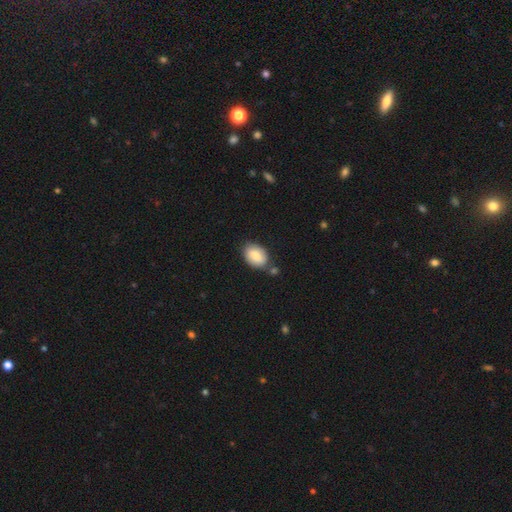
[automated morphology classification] smooth-or-featured: smooth: 79% | featured or disk: 14% | star or artifact: 7%
  how-rounded: in between: 84% | round: 14% | cigar-shaped: 1%
  merging: none: 66% | minor disturbance: 17% | merger: 13% | major disturbance: 4%